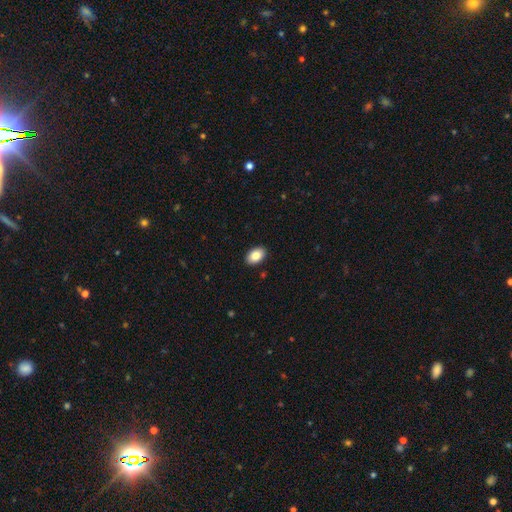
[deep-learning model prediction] Morphology: type=smooth (86%); roundness=in between (91%); merging=none (90%).